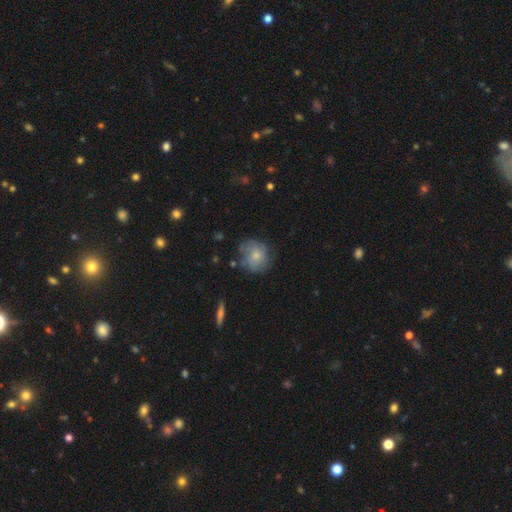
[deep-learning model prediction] The model was most divided on "smooth or featured": smooth: 47%, featured or disk: 44%, star or artifact: 9%. More confident: merging — none (64%).